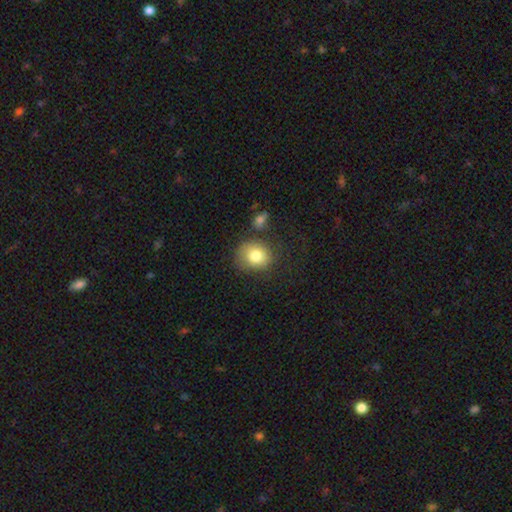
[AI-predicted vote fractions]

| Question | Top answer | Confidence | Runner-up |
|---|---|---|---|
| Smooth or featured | smooth | 80% | featured or disk (11%) |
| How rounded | round | 70% | in between (29%) |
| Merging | none | 67% | minor disturbance (18%) |